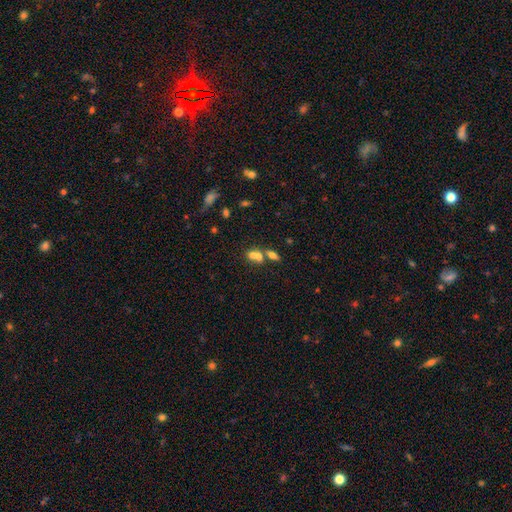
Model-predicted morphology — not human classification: A smooth galaxy with no disk features (64%) that is in between round and cigar-shaped (51%).

Vote fractions:
- Smooth or featured? smooth: 64% / featured or disk: 22% / star or artifact: 14%
- How rounded? in between: 51% / round: 44% / cigar-shaped: 5%
- Merging? merger: 60% / none: 29% / minor disturbance: 7% / major disturbance: 4%